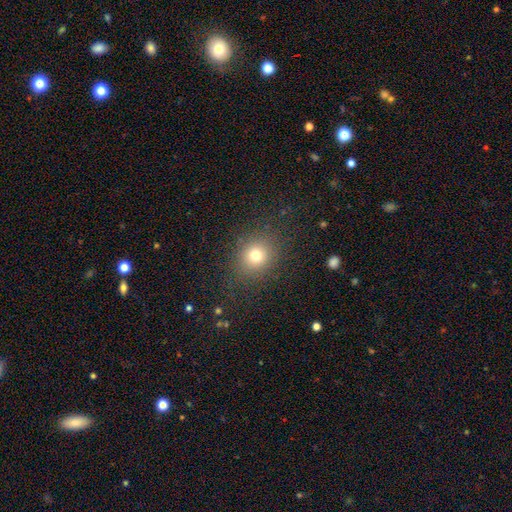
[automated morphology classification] Smooth or featured: smooth — 73% (star or artifact — 17%)
How rounded: round — 74% (in between — 25%)
Merging: none — 84% (minor disturbance — 10%)